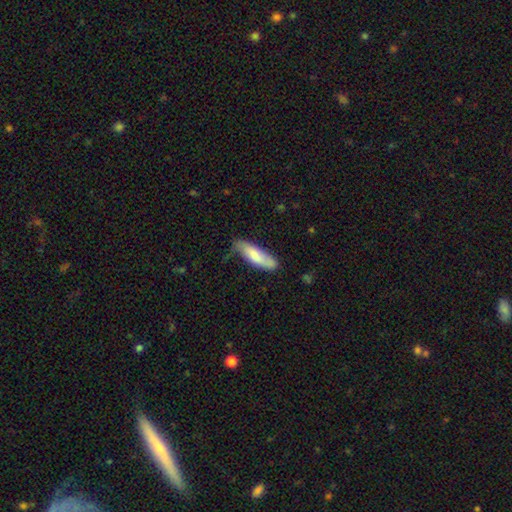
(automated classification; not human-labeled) Morphology: type=smooth (73%); roundness=cigar-shaped (53%); merging=none (60%).